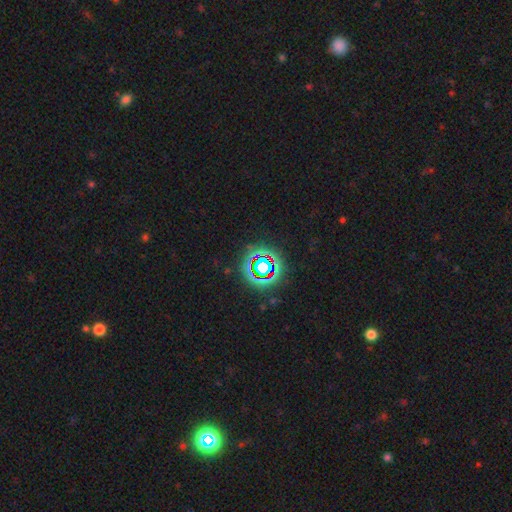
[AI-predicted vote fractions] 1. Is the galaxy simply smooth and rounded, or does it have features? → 78% star or artifact, 13% smooth, 9% featured or disk.